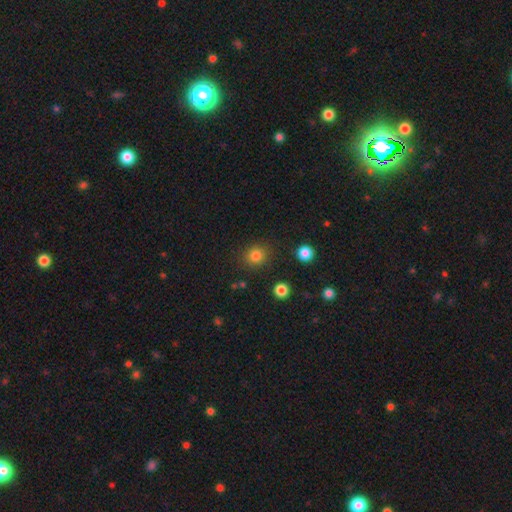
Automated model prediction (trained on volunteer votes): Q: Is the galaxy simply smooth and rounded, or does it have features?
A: smooth — 82%.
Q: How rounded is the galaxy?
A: round — 86%.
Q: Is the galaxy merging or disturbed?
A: none — 87%.